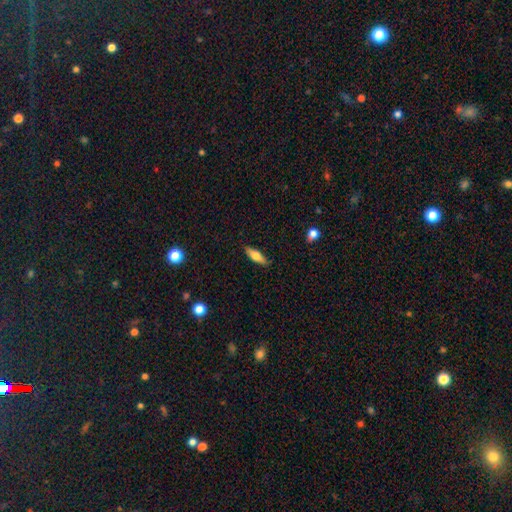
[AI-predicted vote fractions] smooth_or_featured: smooth (p=0.62) [alt: featured or disk p=0.31]
how_rounded: in between (p=0.52) [alt: cigar-shaped p=0.45]
merging: none (p=0.85) [alt: minor disturbance p=0.12]